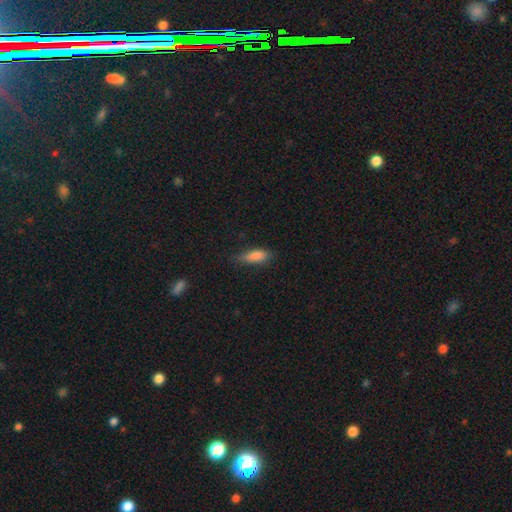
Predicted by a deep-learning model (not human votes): Smooth or featured? Predicted: smooth (p=0.83). How rounded? Predicted: in between (p=0.58). Merging? Predicted: none (p=0.73).